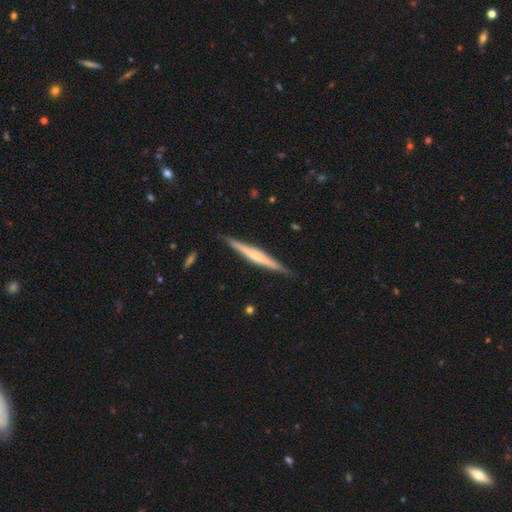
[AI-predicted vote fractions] Q: Smooth or featured?
A: featured or disk (68%); runner-up: smooth (27%)
Q: Edge-on disk?
A: yes (97%); runner-up: no (3%)
Q: Edge-on bulge?
A: rounded (69%); runner-up: none (24%)
Q: Merging?
A: none (89%); runner-up: minor disturbance (8%)